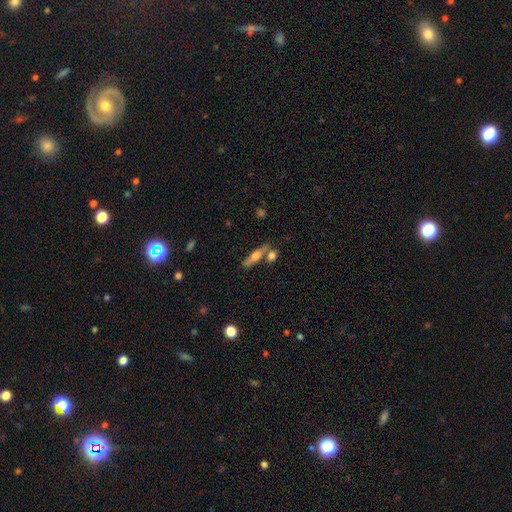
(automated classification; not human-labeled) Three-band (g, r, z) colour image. It shows a smooth galaxy with no disk features (50%) that is cigar-shaped (63%). Merging: none (61%).